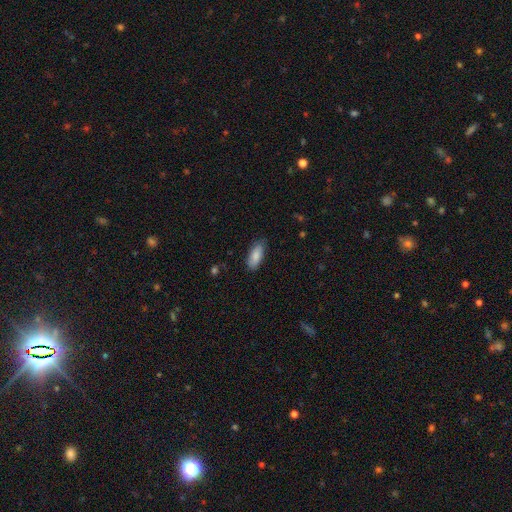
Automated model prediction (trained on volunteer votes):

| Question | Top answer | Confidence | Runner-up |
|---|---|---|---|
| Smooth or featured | smooth | 86% | featured or disk (9%) |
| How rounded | in between | 83% | cigar-shaped (16%) |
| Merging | none | 79% | minor disturbance (17%) |